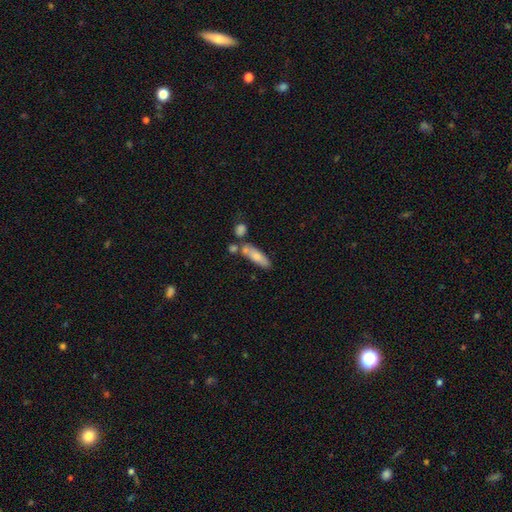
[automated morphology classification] Smooth or featured? Predicted: smooth (p=0.73). How rounded? Predicted: cigar-shaped (p=0.54). Merging? Predicted: none (p=0.54).